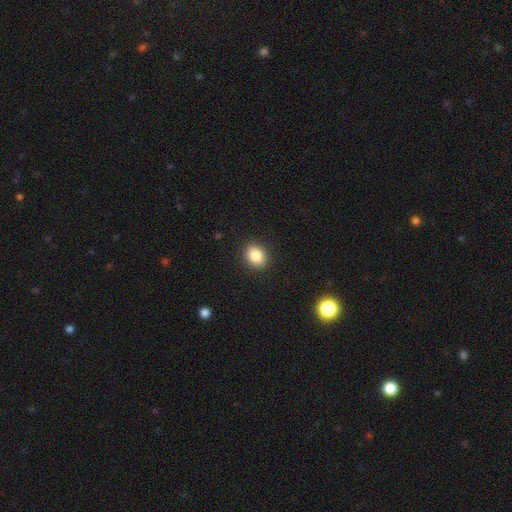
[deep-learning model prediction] smooth-or-featured: smooth: 85% | star or artifact: 9% | featured or disk: 6%
  how-rounded: in between: 53% | round: 46% | cigar-shaped: 1%
  merging: none: 90% | minor disturbance: 7% | major disturbance: 2% | merger: 1%